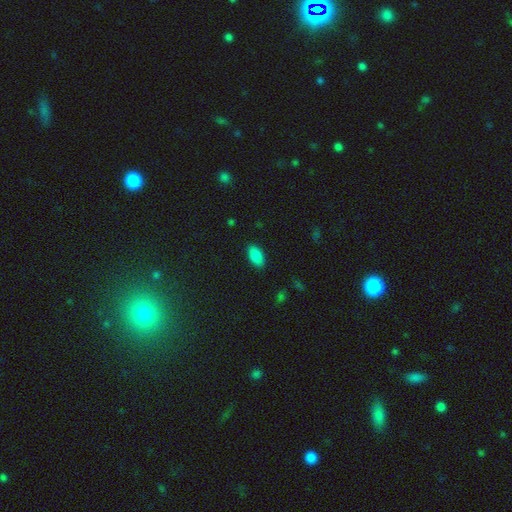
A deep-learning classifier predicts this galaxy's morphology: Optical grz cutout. It shows a smooth galaxy with no disk features (87%) that is in between round and cigar-shaped (93%). Merging: none (88%).